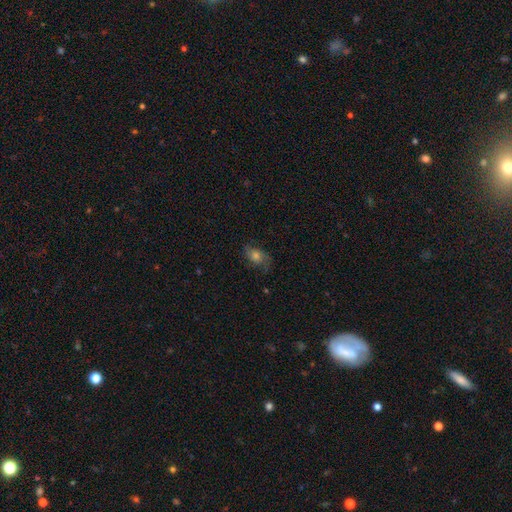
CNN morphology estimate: Overall: featured or disk (51%; smooth 34%). Edge-on disk: no (94%). Merging: none (70%).